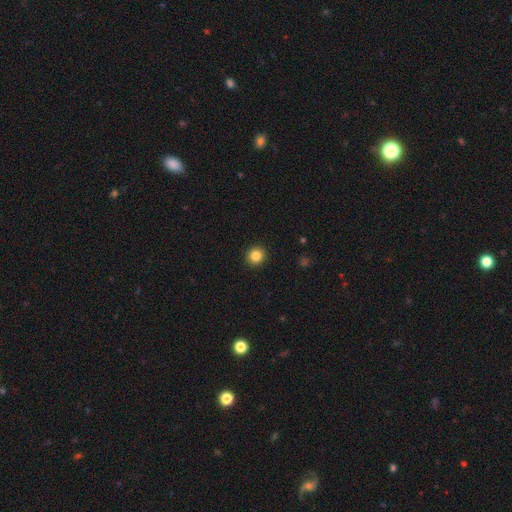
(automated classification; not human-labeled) Smooth or featured? Predicted: smooth (p=0.85). How rounded? Predicted: round (p=0.93). Merging? Predicted: none (p=0.93).